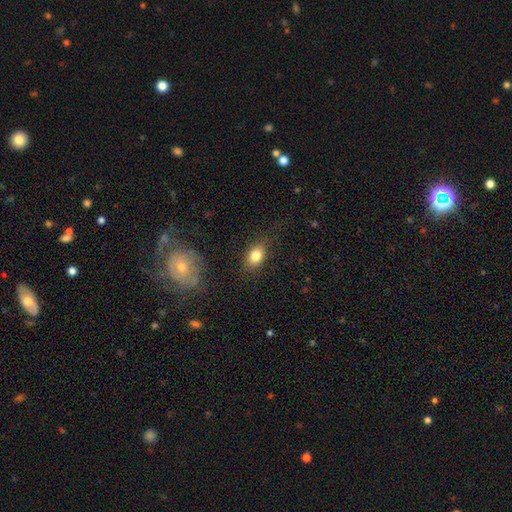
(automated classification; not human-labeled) This appears to be a smooth galaxy with no disk features (80%) that is in between round and cigar-shaped (78%). Merging: none (80%).